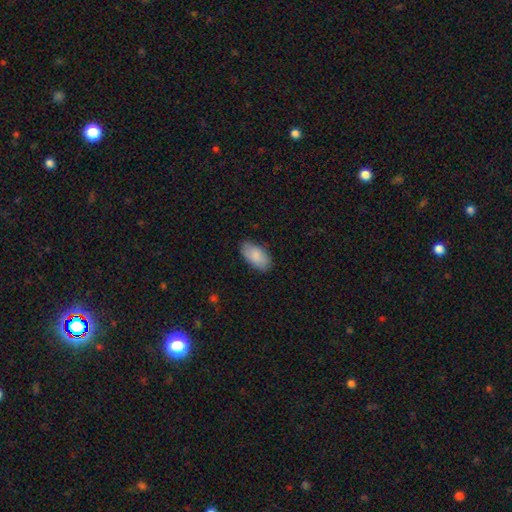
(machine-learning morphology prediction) The model was most divided on "merging": none: 83%, minor disturbance: 14%, major disturbance: 3%, merger: 1%. More confident: how rounded — in between (95%); smooth or featured — smooth (87%).